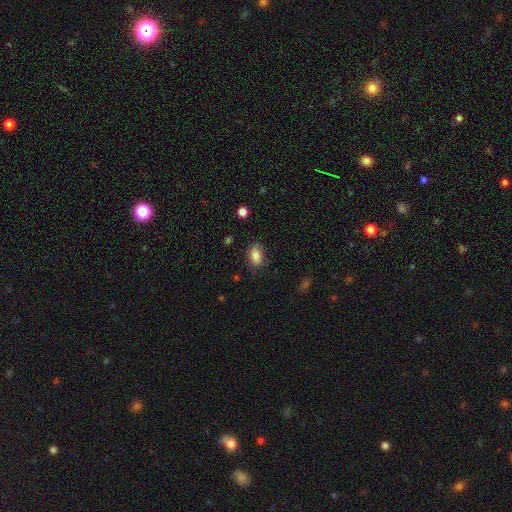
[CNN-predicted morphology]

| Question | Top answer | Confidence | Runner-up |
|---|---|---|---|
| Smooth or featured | smooth | 86% | star or artifact (9%) |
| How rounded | in between | 85% | round (13%) |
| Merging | none | 79% | minor disturbance (16%) |